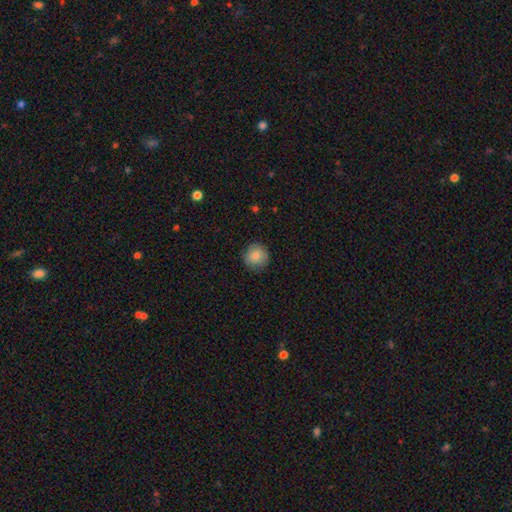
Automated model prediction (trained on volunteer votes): Smooth or featured?
  - smooth: 83% *
  - featured or disk: 9%
  - star or artifact: 8%
How rounded?
  - round: 93% *
  - in between: 6%
  - cigar-shaped: 1%
Merging?
  - none: 86% *
  - minor disturbance: 11%
  - major disturbance: 2%
  - merger: 1%